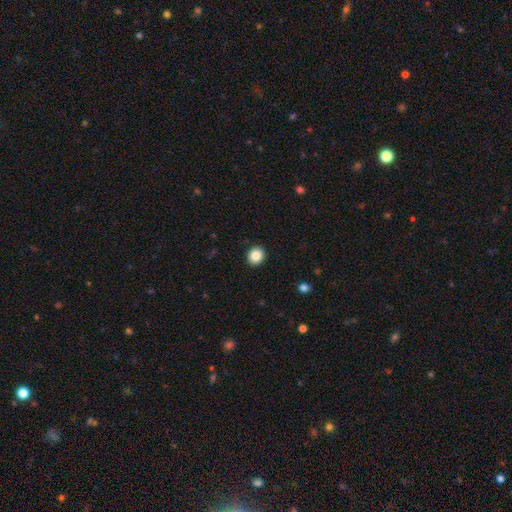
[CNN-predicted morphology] Smooth or featured?
  - smooth: 86% *
  - star or artifact: 9%
  - featured or disk: 5%
How rounded?
  - round: 71% *
  - in between: 29%
  - cigar-shaped: 1%
Merging?
  - none: 92% *
  - minor disturbance: 6%
  - major disturbance: 2%
  - merger: 1%